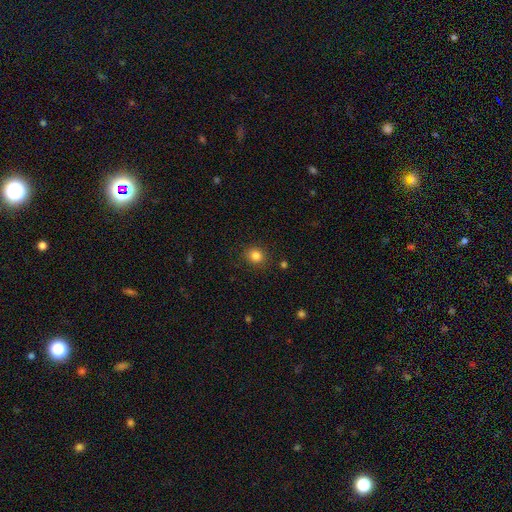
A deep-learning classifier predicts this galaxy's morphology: type=smooth (84%); roundness=round (82%); merging=none (89%).